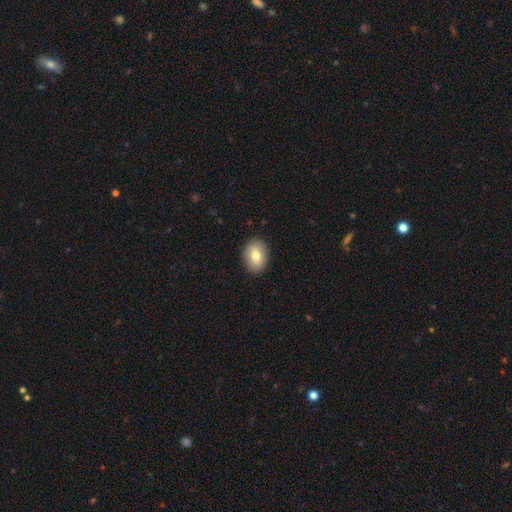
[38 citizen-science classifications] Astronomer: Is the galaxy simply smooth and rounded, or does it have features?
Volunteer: smooth — 66%.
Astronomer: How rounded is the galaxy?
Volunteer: in between — 80%.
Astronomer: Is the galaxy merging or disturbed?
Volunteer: none — 86%.